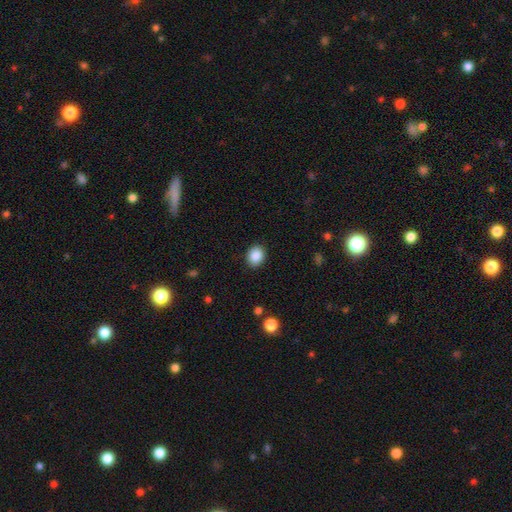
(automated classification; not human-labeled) smooth-or-featured: smooth: 88% | star or artifact: 8% | featured or disk: 4%
  how-rounded: round: 55% | in between: 45% | cigar-shaped: 1%
  merging: none: 89% | minor disturbance: 8% | major disturbance: 2% | merger: 1%